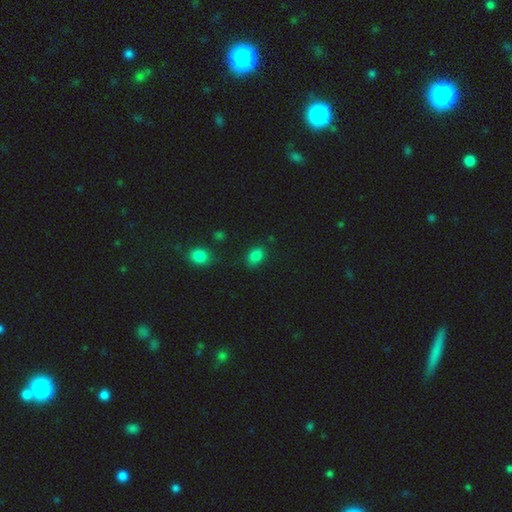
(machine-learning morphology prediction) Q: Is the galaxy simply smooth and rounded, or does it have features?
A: smooth — 84%.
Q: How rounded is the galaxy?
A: in between — 72%.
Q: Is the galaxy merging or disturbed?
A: none — 80%.